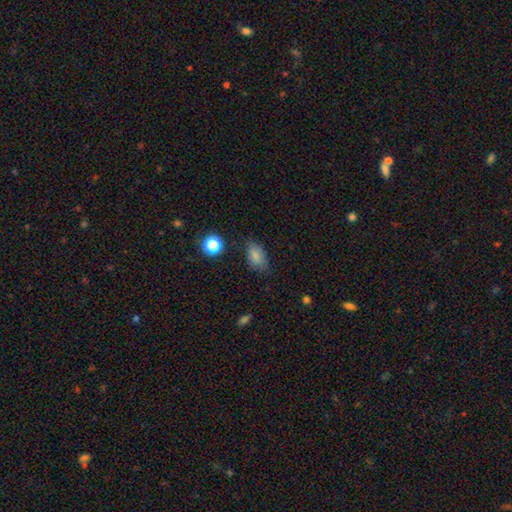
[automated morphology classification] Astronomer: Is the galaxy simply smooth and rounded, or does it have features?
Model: smooth — 81%.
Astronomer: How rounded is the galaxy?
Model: in between — 87%.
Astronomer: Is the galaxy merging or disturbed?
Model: none — 72%.